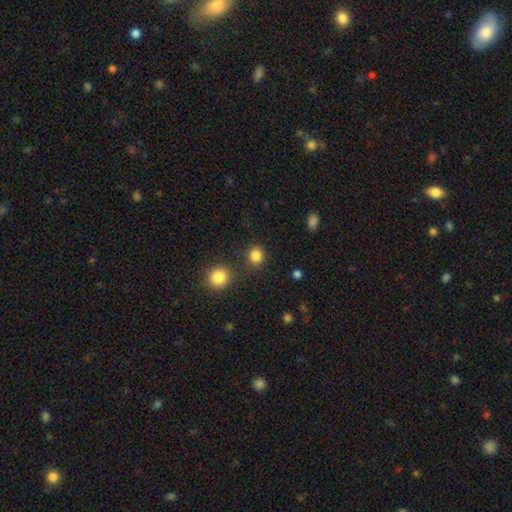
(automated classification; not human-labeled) Overall: smooth (84%). How rounded: round (85%). Merging: none (80%).